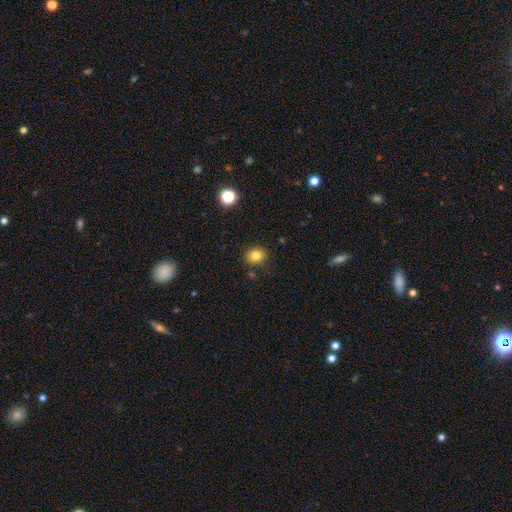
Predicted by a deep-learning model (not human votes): This appears to be a smooth galaxy with no disk features (82%) that is round (66%). Merging: none (85%).